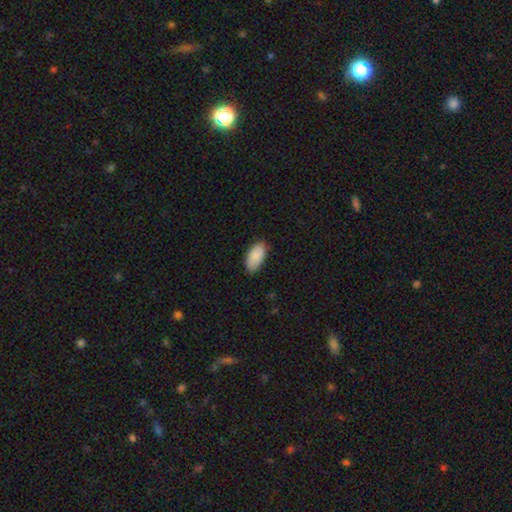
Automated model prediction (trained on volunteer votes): Q: Smooth or featured?
A: smooth (89%); runner-up: star or artifact (6%)
Q: How rounded?
A: in between (94%); runner-up: cigar-shaped (3%)
Q: Merging?
A: none (85%); runner-up: minor disturbance (12%)